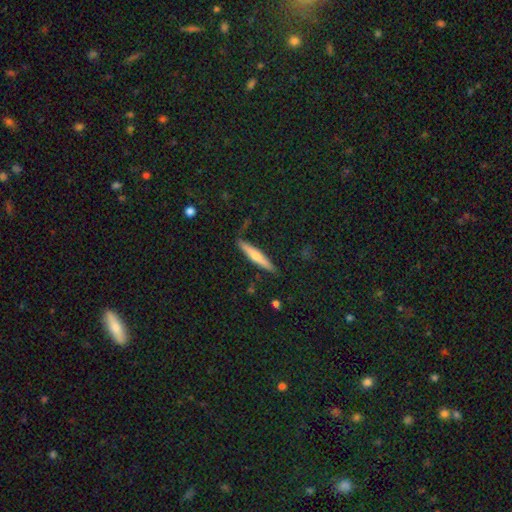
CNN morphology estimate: featured or disk 47%, smooth 46%, star or artifact 7%. Down the decision tree: merging — none (86%).